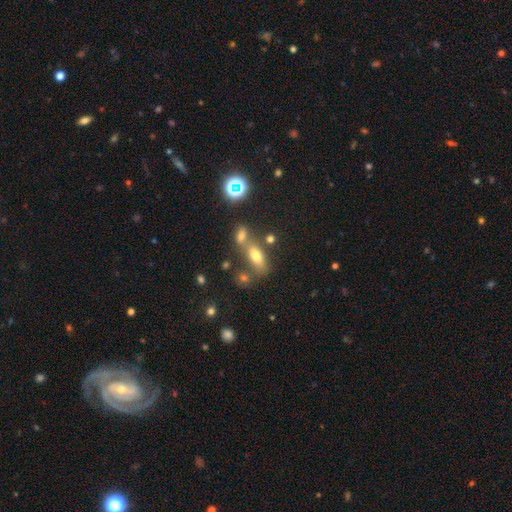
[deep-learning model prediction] Smooth or featured? smooth (63%)
How rounded? in between (70%)
Merging? none (48%)